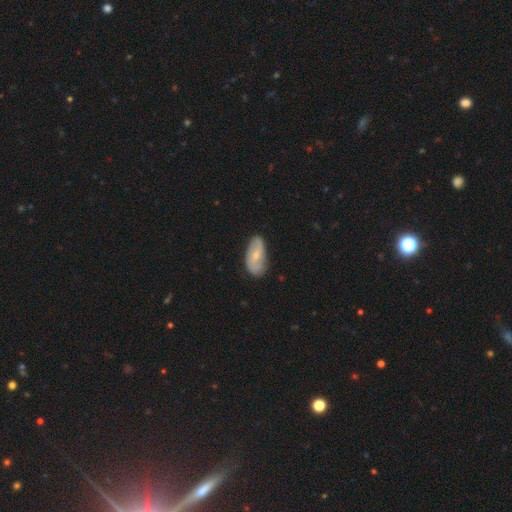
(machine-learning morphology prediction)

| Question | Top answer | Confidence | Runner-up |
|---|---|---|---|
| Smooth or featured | featured or disk | 51% | smooth (42%) |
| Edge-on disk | no | 92% | yes (8%) |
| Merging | none | 73% | minor disturbance (21%) |